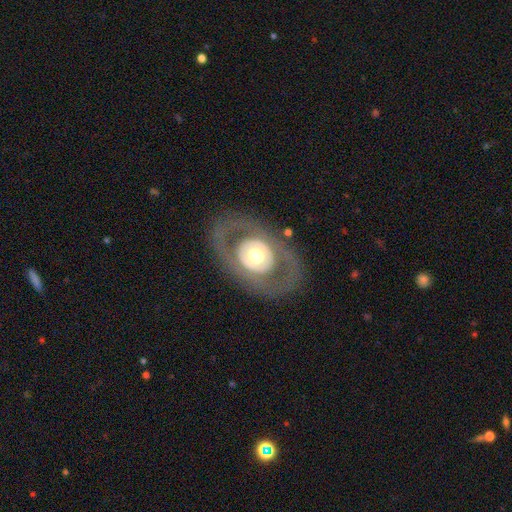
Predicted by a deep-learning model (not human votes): smooth-or-featured: featured or disk: 63% | smooth: 31% | star or artifact: 6%
  disk-edge-on: no: 90% | yes: 10%
    bar: no: 87% | weak: 9% | strong: 4%
    has-spiral-arms: no: 88% | yes: 12%
    bulge-size: moderate: 52% | large: 38% | dominant: 5% | small: 4% | none: 1%
  merging: none: 77% | major disturbance: 11% | minor disturbance: 11% | merger: 1%